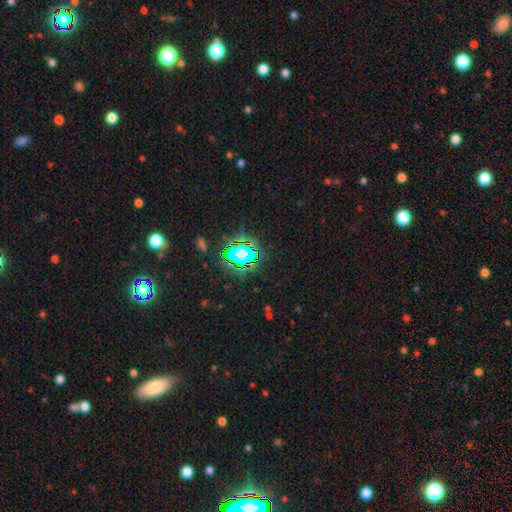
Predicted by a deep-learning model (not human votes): This is clearly a star or artifact rather than a galaxy (81%).